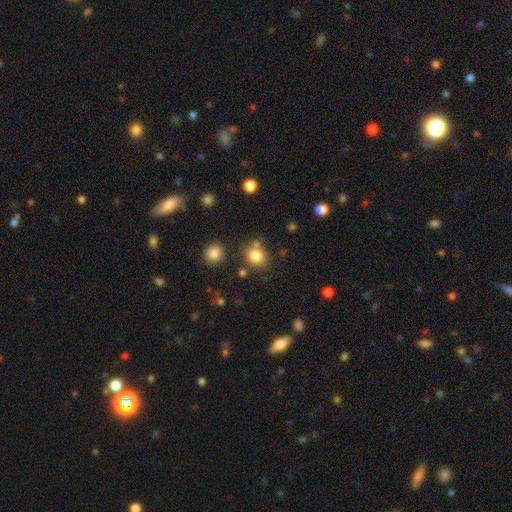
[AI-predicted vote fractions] A smooth galaxy with no disk features (82%) that is round (80%).

Vote fractions:
- Smooth or featured? smooth: 82% / star or artifact: 12% / featured or disk: 7%
- How rounded? round: 80% / in between: 19% / cigar-shaped: 1%
- Merging? none: 73% / minor disturbance: 12% / merger: 11% / major disturbance: 4%